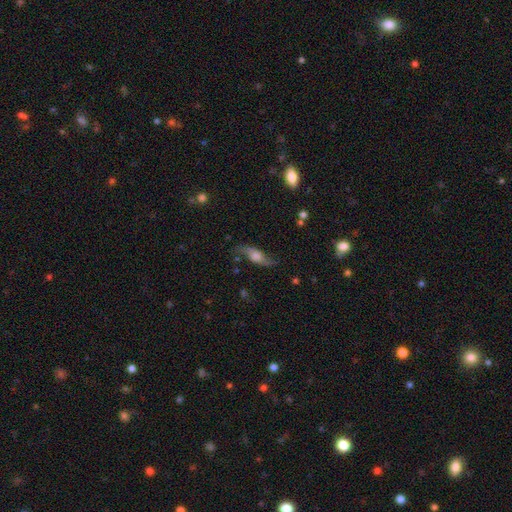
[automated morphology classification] smooth_or_featured: featured or disk (p=0.69) [alt: smooth p=0.23]
disk_edge_on: no (p=0.75) [alt: yes p=0.25]
bar: no (p=0.62) [alt: weak p=0.30]
has_spiral_arms: yes (p=0.91) [alt: no p=0.09]
bulge_size: moderate (p=0.41) [alt: large p=0.24]
merging: none (p=0.72) [alt: minor disturbance p=0.18]